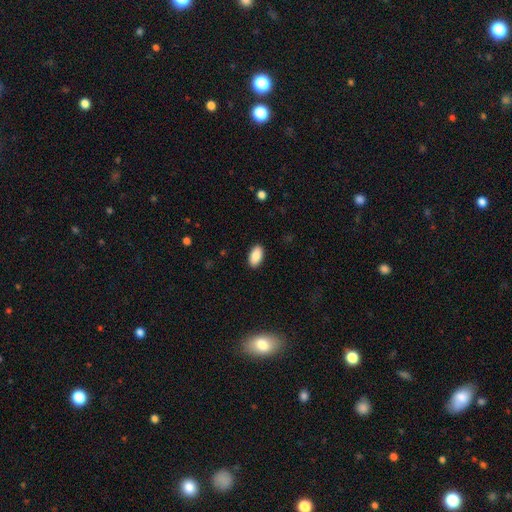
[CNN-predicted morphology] Smooth or featured? Predicted: smooth (p=0.88). How rounded? Predicted: in between (p=0.94). Merging? Predicted: none (p=0.89).